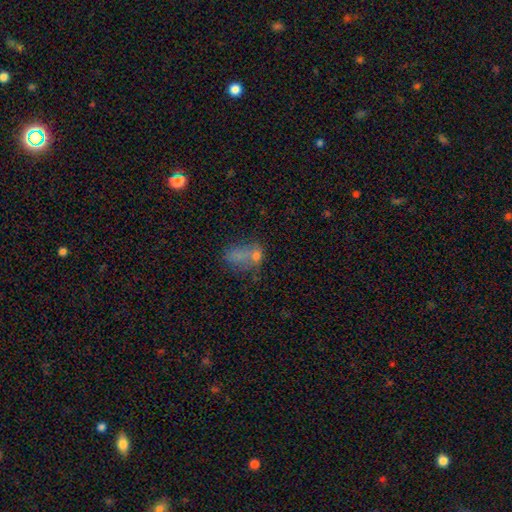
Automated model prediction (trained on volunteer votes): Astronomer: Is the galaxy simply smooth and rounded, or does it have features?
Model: smooth — 62%.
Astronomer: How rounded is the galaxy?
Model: in between — 75%.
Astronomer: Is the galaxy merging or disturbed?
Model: merger — 41% (runner-up: none, 27%).